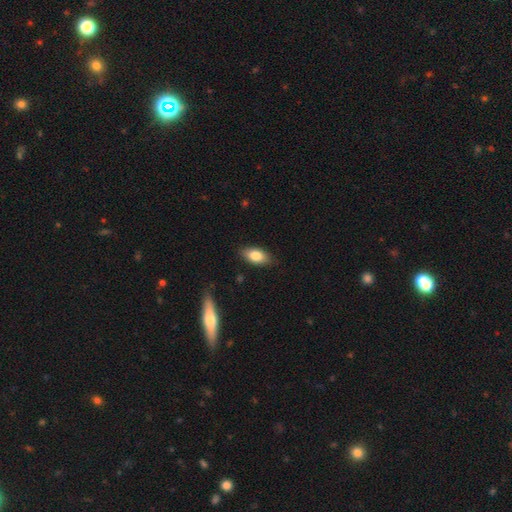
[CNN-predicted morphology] Smooth or featured?
  - smooth: 81% *
  - featured or disk: 12%
  - star or artifact: 7%
How rounded?
  - in between: 89% *
  - cigar-shaped: 7%
  - round: 4%
Merging?
  - none: 84% *
  - minor disturbance: 13%
  - major disturbance: 2%
  - merger: 1%